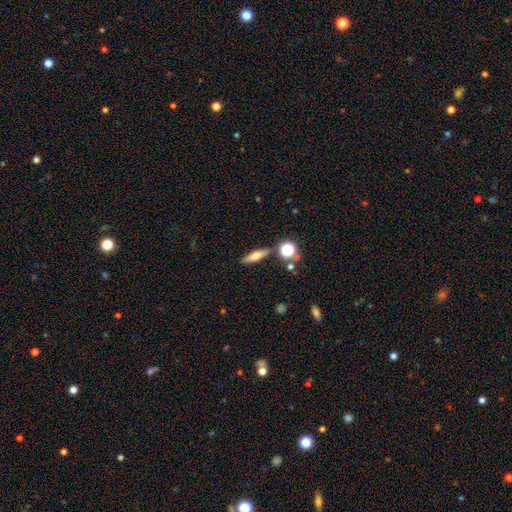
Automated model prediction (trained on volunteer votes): Smooth or featured: smooth — 49% (featured or disk — 41%)
Merging: none — 82% (minor disturbance — 9%)